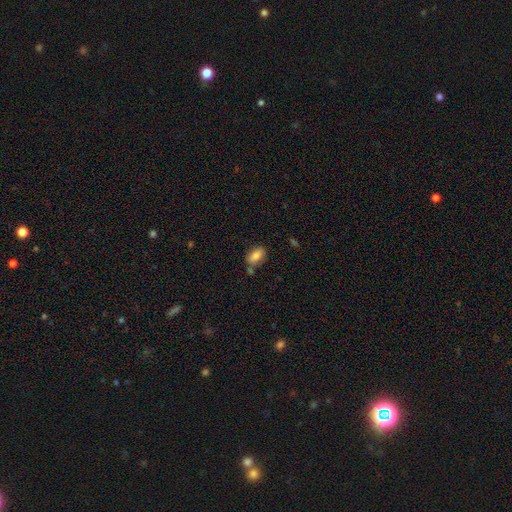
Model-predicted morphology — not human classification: Q: Smooth or featured?
A: smooth (81%); runner-up: featured or disk (11%)
Q: How rounded?
A: in between (89%); runner-up: round (6%)
Q: Merging?
A: none (66%); runner-up: minor disturbance (17%)